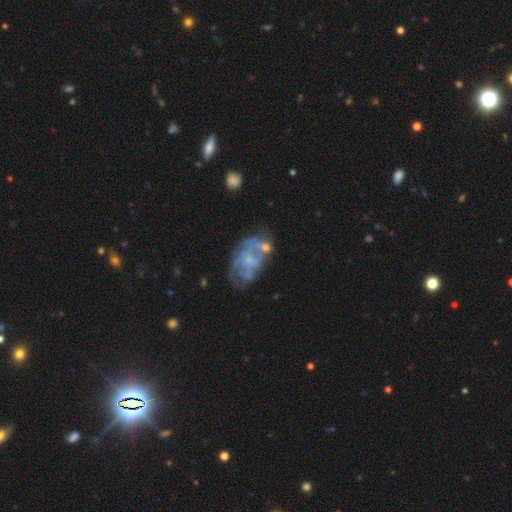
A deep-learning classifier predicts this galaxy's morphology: This appears to be a featured or disk galaxy (66%) with no bar (73%), no spiral arms (54%) and a small central bulge (47%). Merging: none (46%).